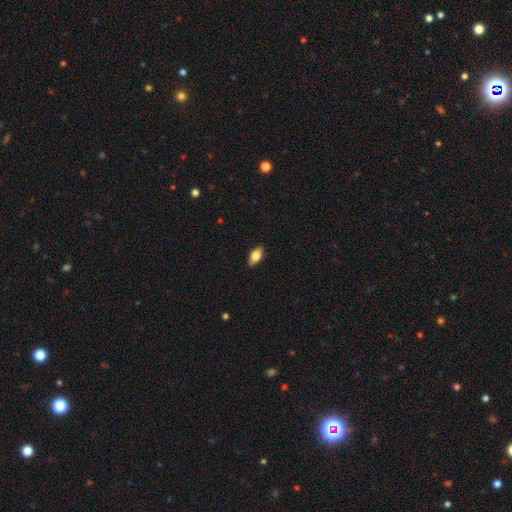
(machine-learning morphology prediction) Smooth or featured: smooth — 76% (featured or disk — 16%)
How rounded: in between — 87% (cigar-shaped — 8%)
Merging: none — 86% (minor disturbance — 11%)